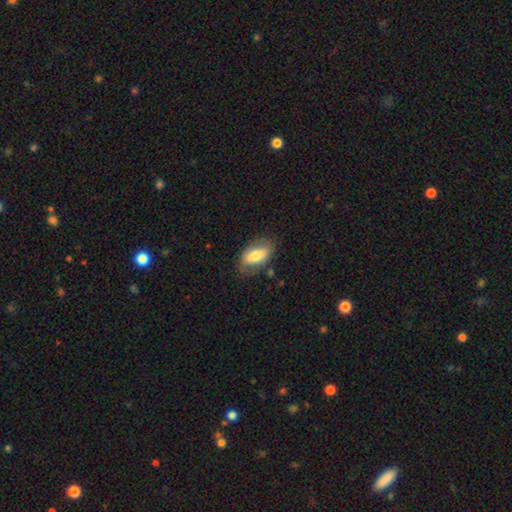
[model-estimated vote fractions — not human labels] smooth 67%, featured or disk 27%, star or artifact 6%. Down the decision tree: how rounded — in between (91%); merging — none (74%).